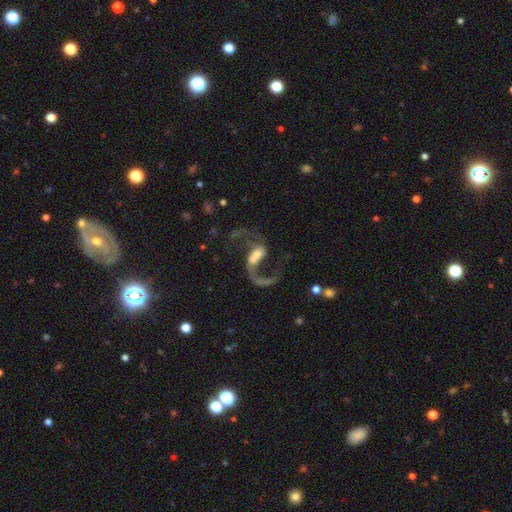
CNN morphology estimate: Q: Smooth or featured?
A: featured or disk (83%); runner-up: smooth (10%)
Q: Edge-on disk?
A: no (97%); runner-up: yes (3%)
Q: Bar?
A: weak (41%); runner-up: no (30%)
Q: Spiral arms?
A: yes (92%); runner-up: no (8%)
Q: Spiral winding?
A: loose (82%); runner-up: medium (15%)
Q: Spiral arm count?
A: 2 (80%); runner-up: 1 (14%)
Q: Bulge size?
A: moderate (36%); runner-up: small (24%)
Q: Merging?
A: none (42%); runner-up: major disturbance (33%)